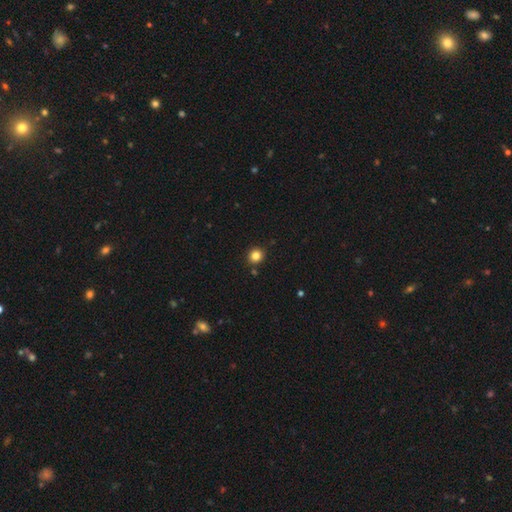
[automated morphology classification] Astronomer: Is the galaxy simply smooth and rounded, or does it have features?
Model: smooth — 83%.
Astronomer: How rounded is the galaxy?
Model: round — 90%.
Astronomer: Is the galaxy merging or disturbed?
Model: none — 89%.